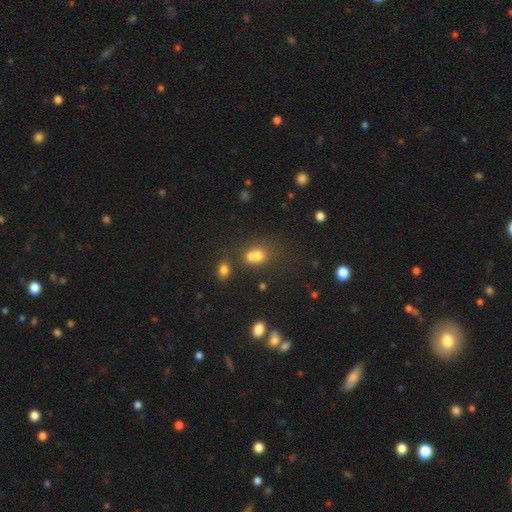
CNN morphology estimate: Smooth or featured: smooth — 63% (star or artifact — 21%)
How rounded: round — 67% (in between — 32%)
Merging: merger — 55% (none — 33%)